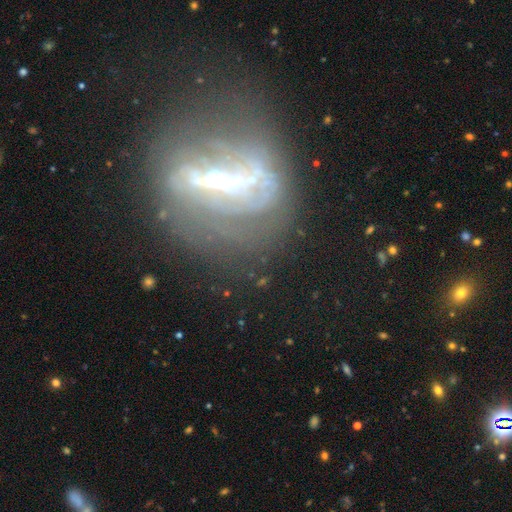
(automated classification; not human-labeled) A featured or disk galaxy (73%) with a strong bar (72%), no spiral arms (53%) and a moderate central bulge (34%).

Vote fractions:
- Smooth or featured? featured or disk: 73% / star or artifact: 14% / smooth: 12%
- Edge-on disk? no: 72% / yes: 28%
- Bar? strong: 72% / weak: 14% / no: 13%
- Spiral arms? no: 53% / yes: 47%
- Bulge size? moderate: 34% / small: 25% / none: 24% / large: 12% / dominant: 5%
- Merging? none: 54% / major disturbance: 23% / minor disturbance: 18% / merger: 5%